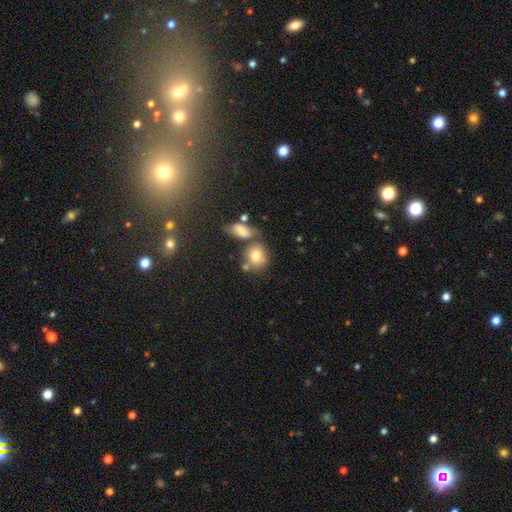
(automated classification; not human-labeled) smooth 77%, featured or disk 13%, star or artifact 10%. Down the decision tree: how rounded — round (67%); merging — none (51%).